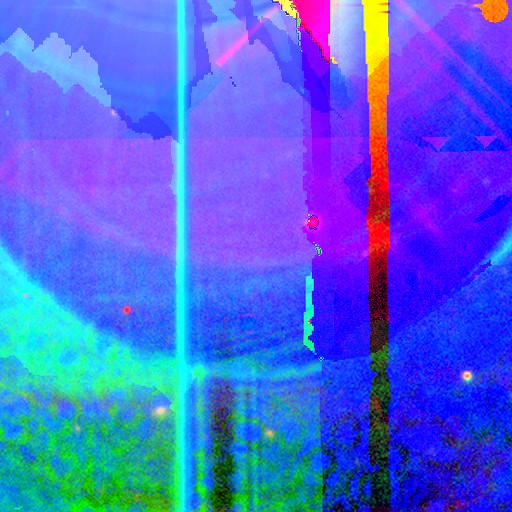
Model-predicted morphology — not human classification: Smooth or featured: star or artifact — 89% (featured or disk — 7%)